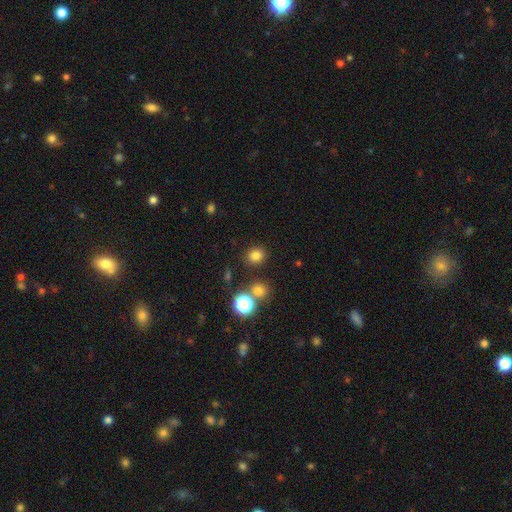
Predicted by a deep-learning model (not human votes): Smooth or featured: smooth — 77% (star or artifact — 17%)
How rounded: round — 77% (in between — 22%)
Merging: none — 84% (minor disturbance — 8%)